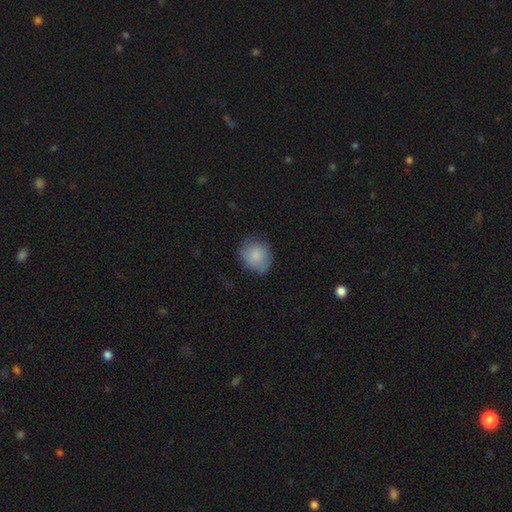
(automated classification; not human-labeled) This appears to be a smooth galaxy with no disk features (81%) that is round (72%). Merging: none (63%).